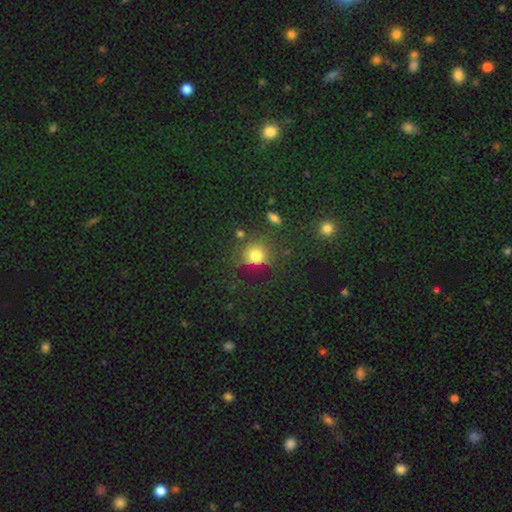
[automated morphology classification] smooth 77%, star or artifact 16%, featured or disk 7%. Down the decision tree: how rounded — round (83%); merging — none (72%).